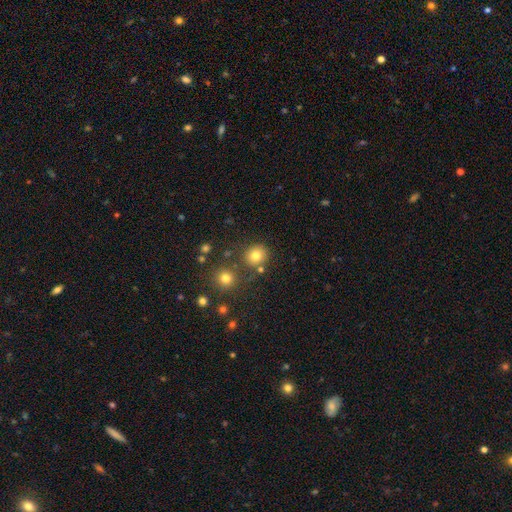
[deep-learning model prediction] The model was most divided on "smooth or featured": smooth: 79%, star or artifact: 14%, featured or disk: 8%. More confident: how rounded — round (82%); merging — none (78%).